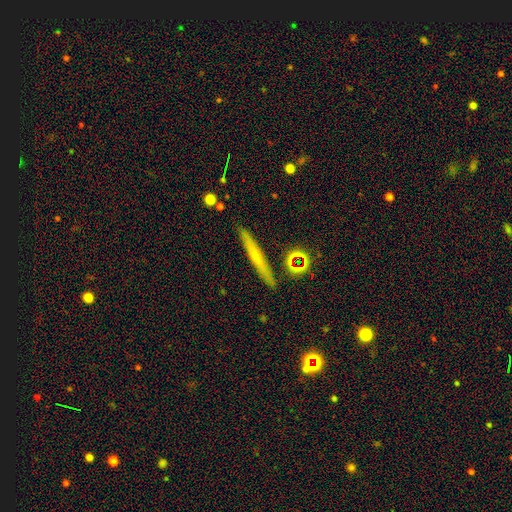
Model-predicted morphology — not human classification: The model was most divided on "smooth or featured": featured or disk: 46%, smooth: 45%, star or artifact: 9%. More confident: merging — none (87%).